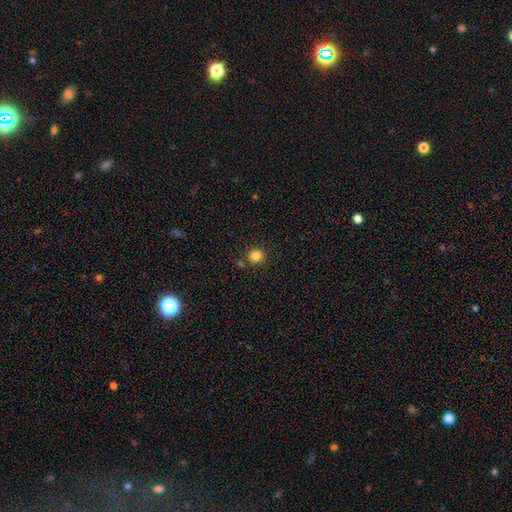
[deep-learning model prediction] smooth 84%, star or artifact 12%, featured or disk 4%. Down the decision tree: how rounded — round (90%); merging — none (83%).